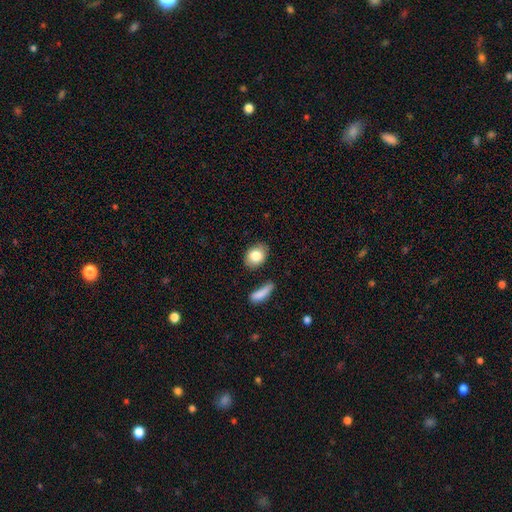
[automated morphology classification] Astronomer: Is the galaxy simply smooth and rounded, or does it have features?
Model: smooth — 82%.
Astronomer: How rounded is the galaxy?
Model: in between — 65%.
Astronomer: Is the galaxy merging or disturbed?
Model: none — 76%.